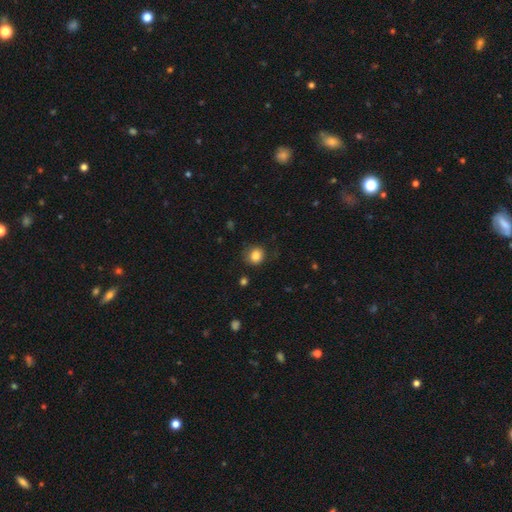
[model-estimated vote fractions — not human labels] smooth 84%, star or artifact 10%, featured or disk 6%. Down the decision tree: how rounded — round (78%); merging — none (78%).